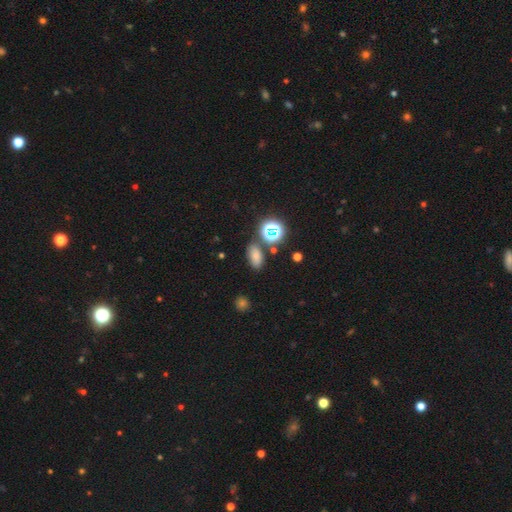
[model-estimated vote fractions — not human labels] This appears to be a smooth galaxy with no disk features (69%) that is in between round and cigar-shaped (85%). Merging: none (78%).